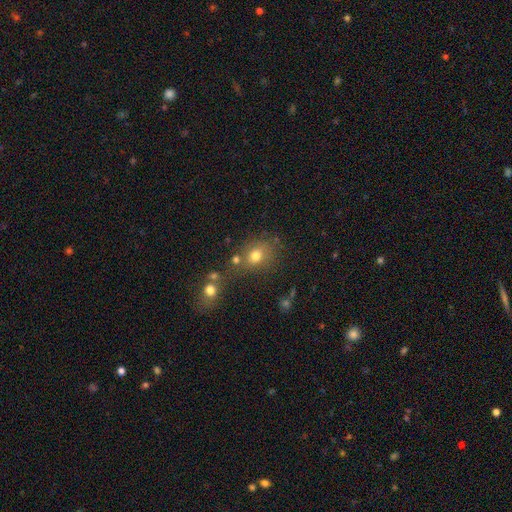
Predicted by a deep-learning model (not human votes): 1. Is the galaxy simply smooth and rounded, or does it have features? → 74% smooth, 15% star or artifact, 11% featured or disk.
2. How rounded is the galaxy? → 50% round, 48% in between, 2% cigar-shaped.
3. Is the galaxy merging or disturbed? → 57% none, 21% merger, 15% minor disturbance, 7% major disturbance.